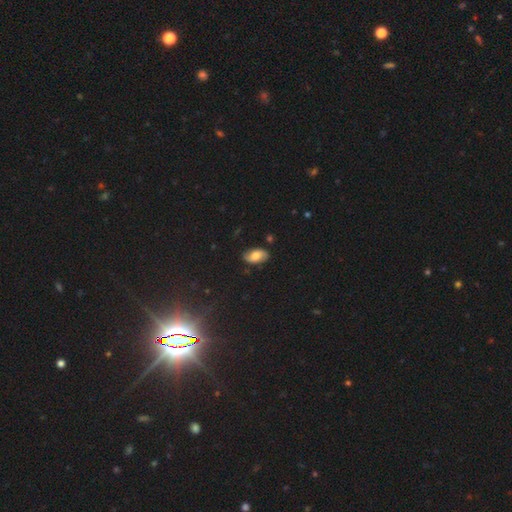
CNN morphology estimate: smooth 54%, featured or disk 37%, star or artifact 9%. Down the decision tree: how rounded — in between (92%); merging — none (81%).